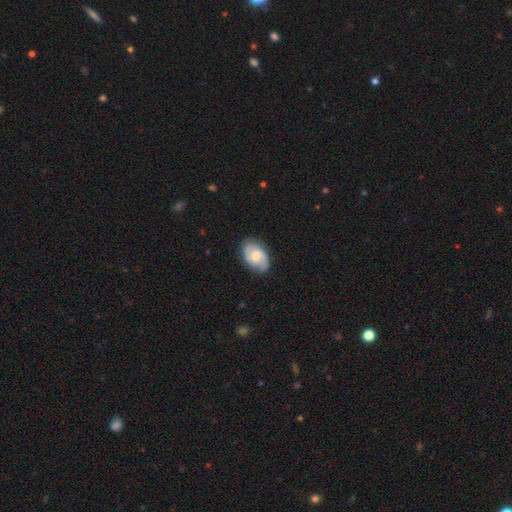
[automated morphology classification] smooth_or_featured: featured or disk (p=0.59) [alt: smooth p=0.35]
disk_edge_on: no (p=0.96) [alt: yes p=0.04]
bar: no (p=0.52) [alt: weak p=0.41]
has_spiral_arms: yes (p=0.90) [alt: no p=0.10]
spiral_winding: medium (p=0.46) [alt: tight p=0.32]
spiral_arm_count: 2 (p=0.80) [alt: can't tell p=0.12]
bulge_size: moderate (p=0.50) [alt: small p=0.40]
merging: none (p=0.80) [alt: minor disturbance p=0.15]